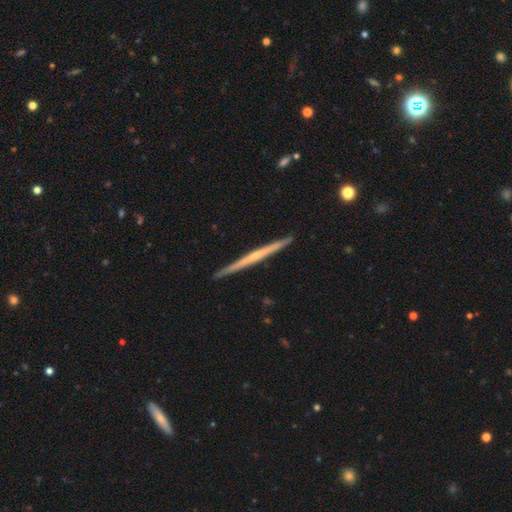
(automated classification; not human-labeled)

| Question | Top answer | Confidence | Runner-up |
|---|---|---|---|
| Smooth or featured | featured or disk | 71% | smooth (24%) |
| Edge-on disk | yes | 98% | no (2%) |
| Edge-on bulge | none | 59% | rounded (35%) |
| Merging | none | 92% | minor disturbance (6%) |